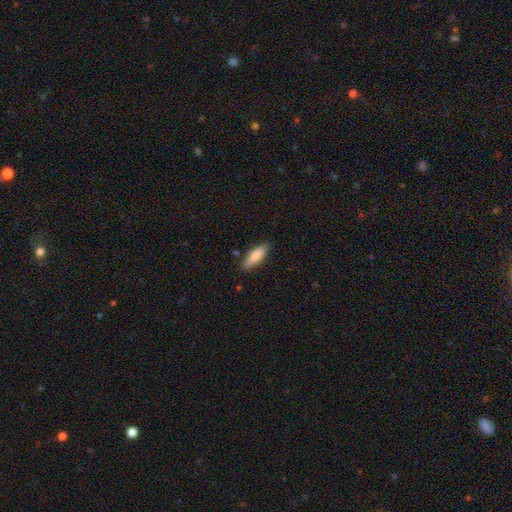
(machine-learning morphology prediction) smooth_or_featured: smooth (p=0.78) [alt: featured or disk p=0.16]
how_rounded: cigar-shaped (p=0.51) [alt: in between p=0.47]
merging: none (p=0.83) [alt: minor disturbance p=0.13]